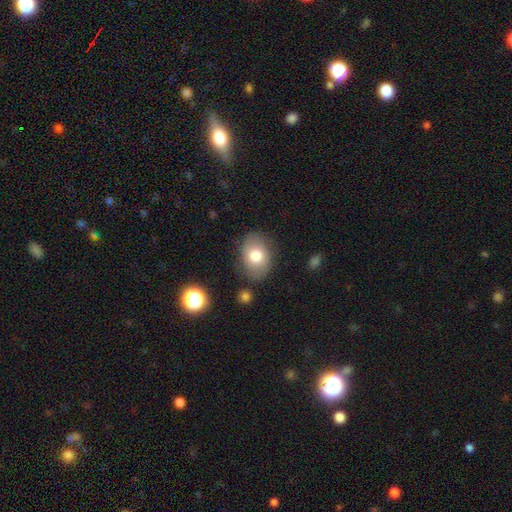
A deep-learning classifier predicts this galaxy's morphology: smooth 75%, featured or disk 17%, star or artifact 8%. Down the decision tree: how rounded — in between (78%); merging — none (78%).